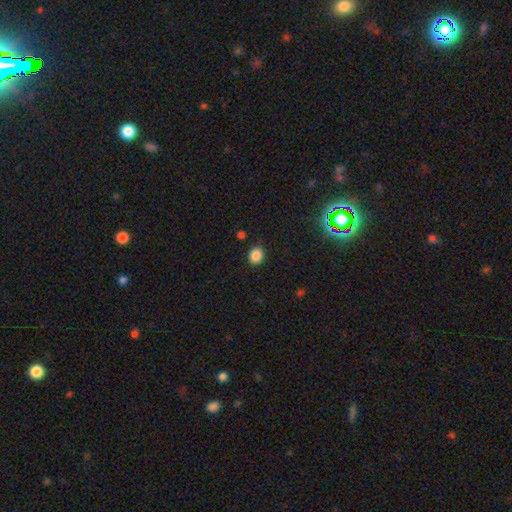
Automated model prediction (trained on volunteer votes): Overall: smooth (85%). How rounded: round (63%; in between 36%). Merging: none (86%).